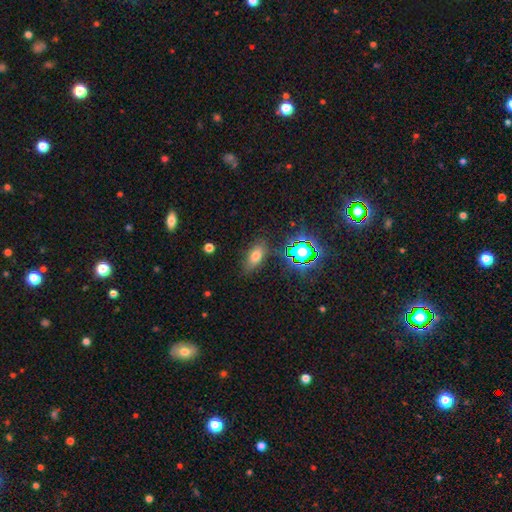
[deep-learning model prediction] The model was most divided on "smooth or featured": smooth: 66%, star or artifact: 19%, featured or disk: 15%. More confident: merging — none (80%); how rounded — in between (76%).